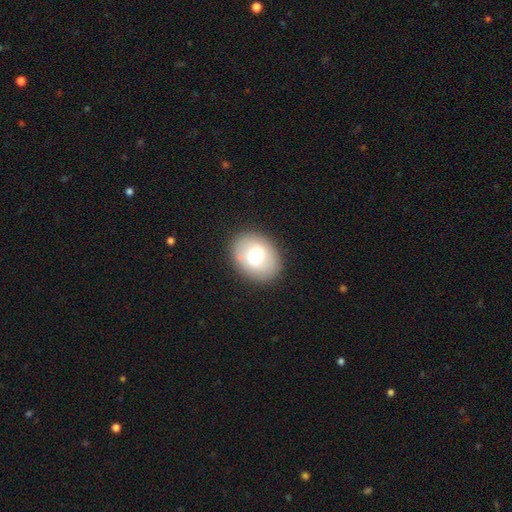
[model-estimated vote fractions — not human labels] Overall: smooth (69%). How rounded: in between (63%; round 36%). Merging: none (86%).